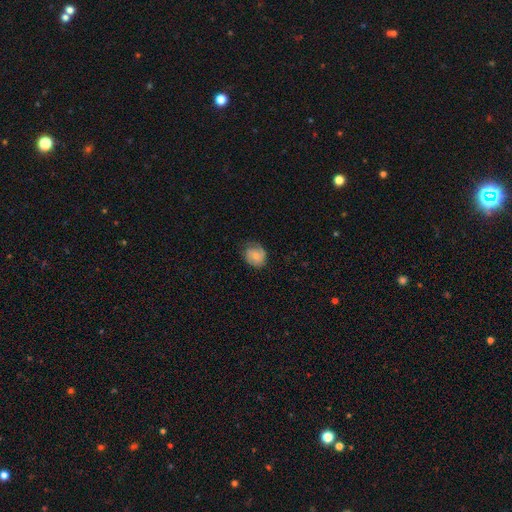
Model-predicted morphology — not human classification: This is possibly a smooth galaxy (58%). How rounded: likely round (67%). Merging: likely none (62%).